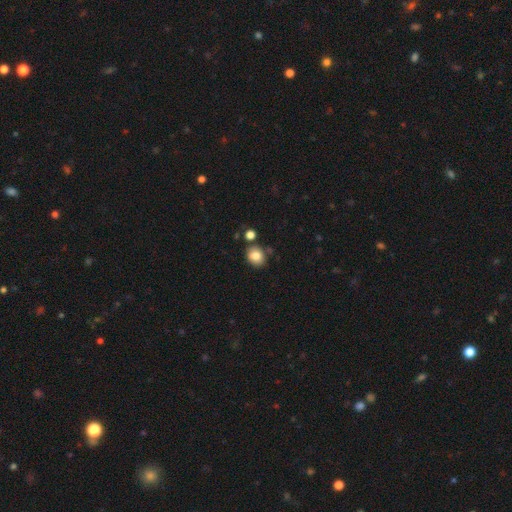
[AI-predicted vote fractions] Overall: smooth (80%). How rounded: round (62%; in between 37%). Merging: none (76%).